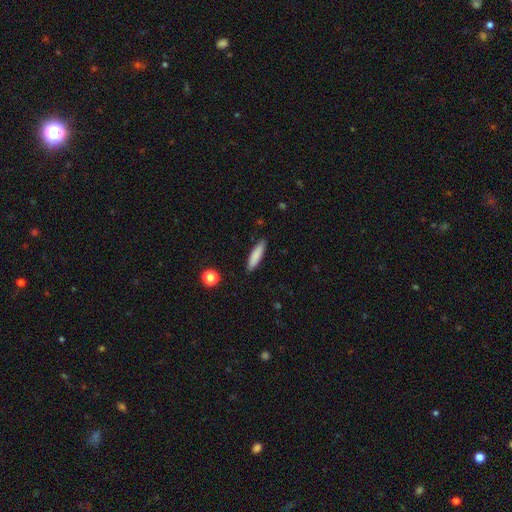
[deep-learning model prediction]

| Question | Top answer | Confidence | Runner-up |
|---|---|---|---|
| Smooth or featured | smooth | 84% | featured or disk (9%) |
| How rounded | cigar-shaped | 74% | in between (25%) |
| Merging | none | 88% | minor disturbance (9%) |